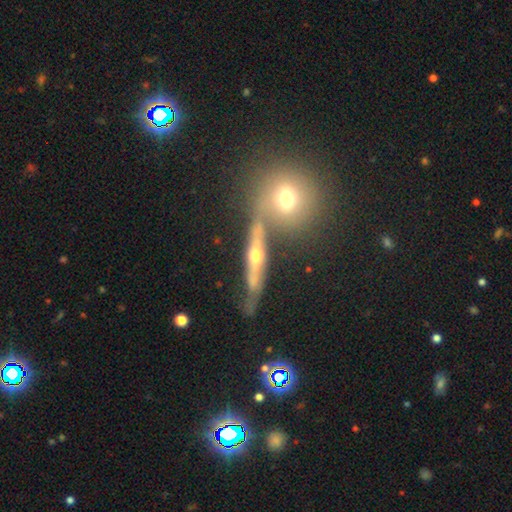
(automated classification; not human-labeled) Smooth or featured? featured or disk (69%)
Edge-on disk? yes (86%)
Edge-on bulge? rounded (88%)
Merging? none (69%)